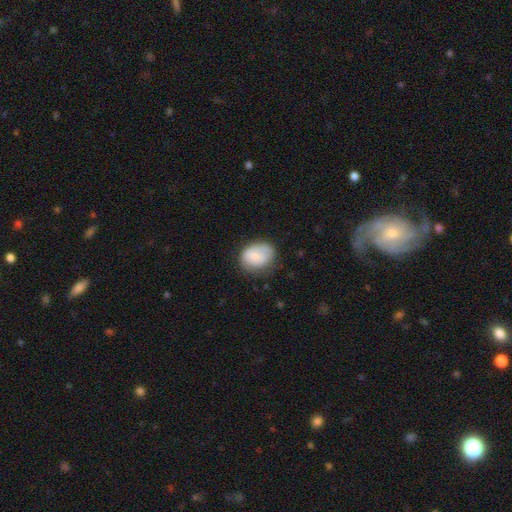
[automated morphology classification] This is likely a smooth galaxy (76%). How rounded: possibly round (50%). Merging: likely none (64%).